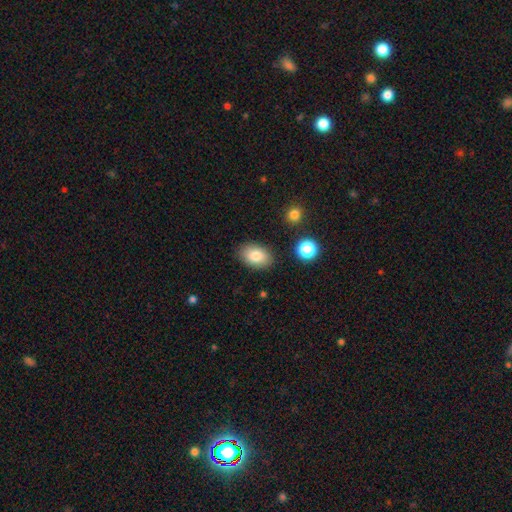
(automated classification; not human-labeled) Smooth or featured?
  - smooth: 83% *
  - featured or disk: 9%
  - star or artifact: 8%
How rounded?
  - in between: 87% *
  - round: 12%
  - cigar-shaped: 1%
Merging?
  - none: 86% *
  - minor disturbance: 10%
  - major disturbance: 3%
  - merger: 2%